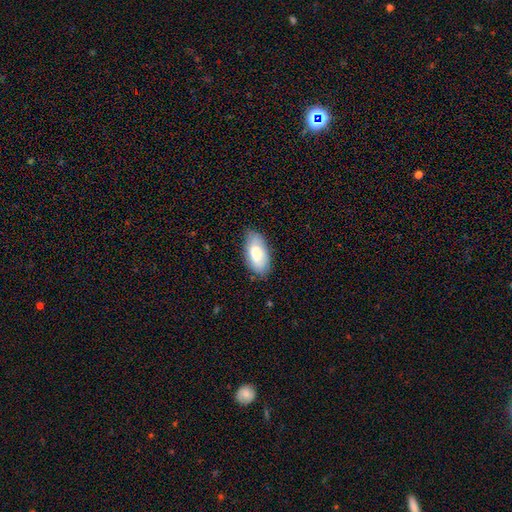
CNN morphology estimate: Q: Smooth or featured?
A: smooth (80%); runner-up: featured or disk (14%)
Q: How rounded?
A: in between (93%); runner-up: cigar-shaped (5%)
Q: Merging?
A: none (77%); runner-up: minor disturbance (18%)